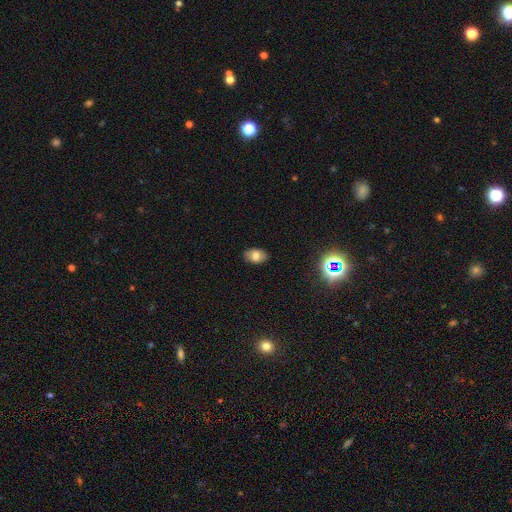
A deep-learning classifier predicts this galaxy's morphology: smooth-or-featured: smooth: 75% | featured or disk: 14% | star or artifact: 11%
  how-rounded: in between: 86% | round: 13% | cigar-shaped: 1%
  merging: none: 87% | minor disturbance: 10% | major disturbance: 2% | merger: 1%